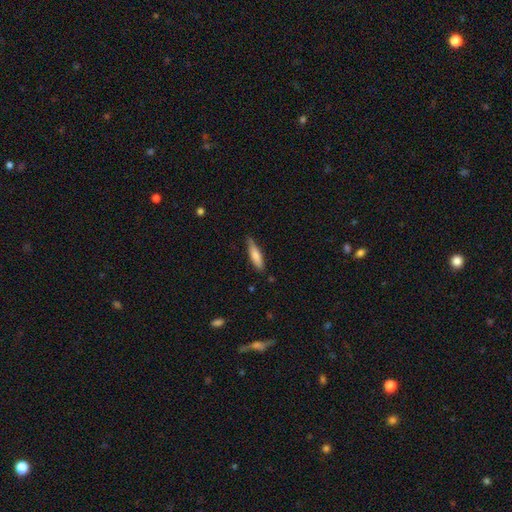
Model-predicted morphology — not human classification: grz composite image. It shows a smooth galaxy with no disk features (76%) that is cigar-shaped (70%). Merging: none (72%).